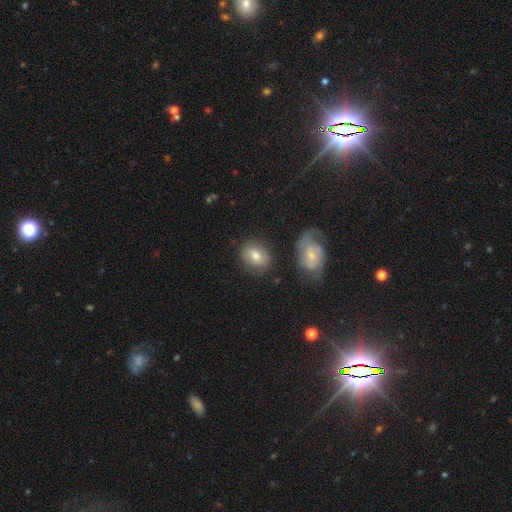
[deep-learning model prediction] A smooth galaxy with no disk features (72%) that is round (50%). Merging: none (77%).